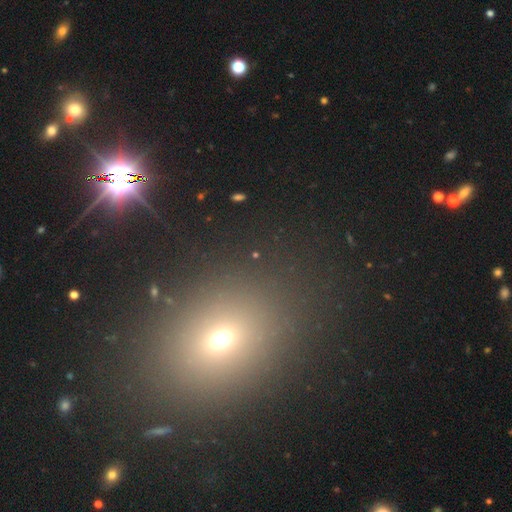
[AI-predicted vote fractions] star or artifact 51%, smooth 38%, featured or disk 11%.